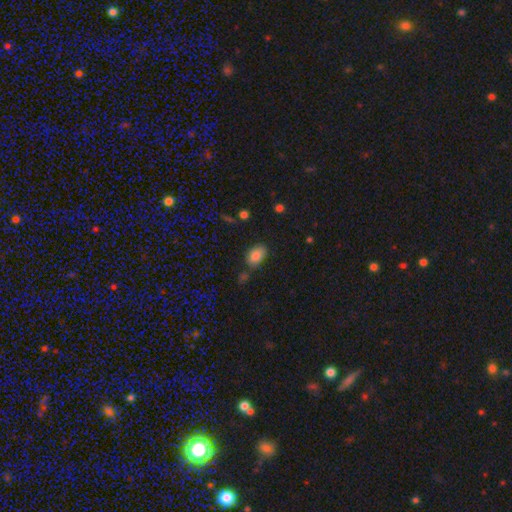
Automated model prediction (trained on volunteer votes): Smooth or featured? smooth (84%)
How rounded? in between (87%)
Merging? none (72%)